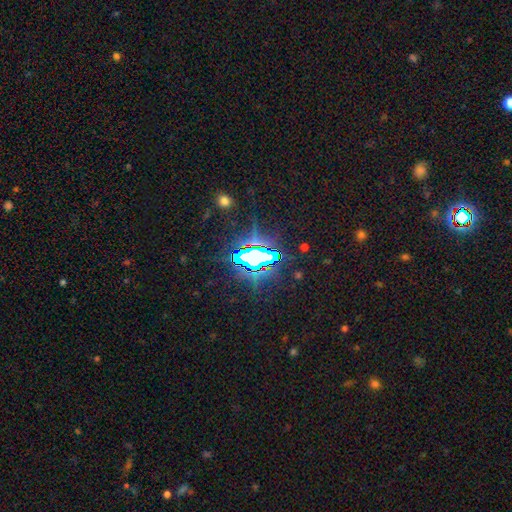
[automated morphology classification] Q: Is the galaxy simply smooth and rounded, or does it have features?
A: star or artifact — 73%.